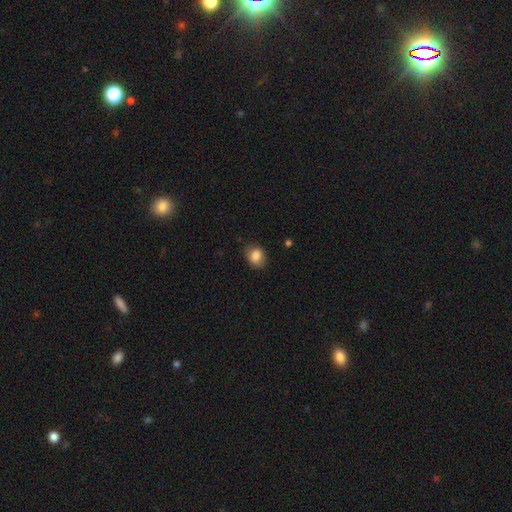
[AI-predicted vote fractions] A smooth galaxy with no disk features (85%) that is in between round and cigar-shaped (52%).

Vote fractions:
- Smooth or featured? smooth: 85% / star or artifact: 9% / featured or disk: 6%
- How rounded? in between: 52% / round: 47% / cigar-shaped: 1%
- Merging? none: 75% / minor disturbance: 19% / major disturbance: 4% / merger: 1%